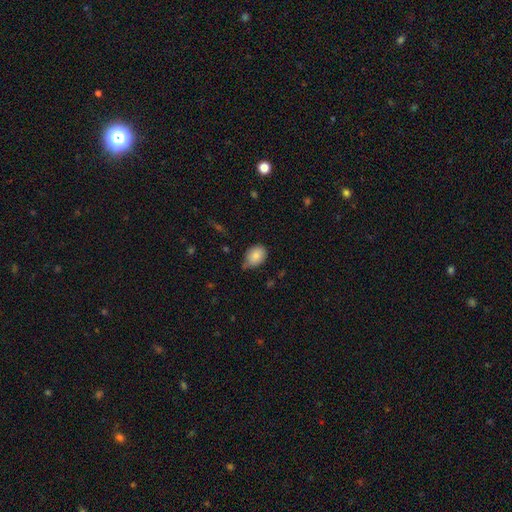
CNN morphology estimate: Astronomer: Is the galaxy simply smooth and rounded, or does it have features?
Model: smooth — 84%.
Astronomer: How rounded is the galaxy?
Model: in between — 71%.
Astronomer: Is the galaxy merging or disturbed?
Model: none — 62%.